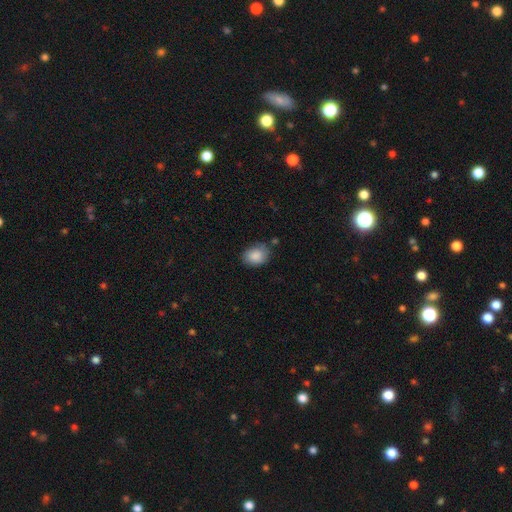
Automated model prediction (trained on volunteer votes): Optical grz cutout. It shows a smooth galaxy with no disk features (88%) that is in between round and cigar-shaped (67%). Merging: none (72%).